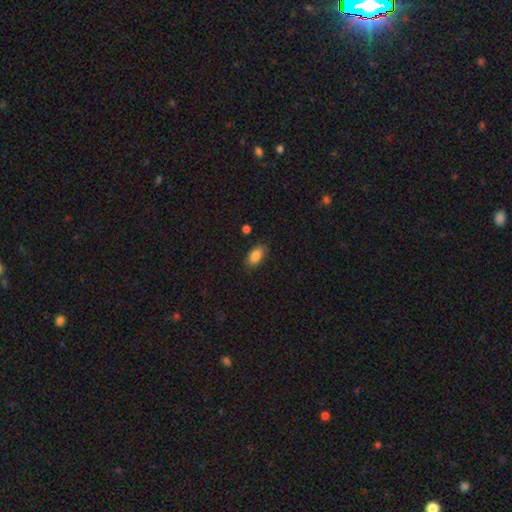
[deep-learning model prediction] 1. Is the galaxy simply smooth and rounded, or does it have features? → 86% smooth, 8% star or artifact, 6% featured or disk.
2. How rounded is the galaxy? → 91% in between, 5% round, 4% cigar-shaped.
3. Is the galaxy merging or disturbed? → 84% none, 12% minor disturbance, 3% major disturbance, 2% merger.